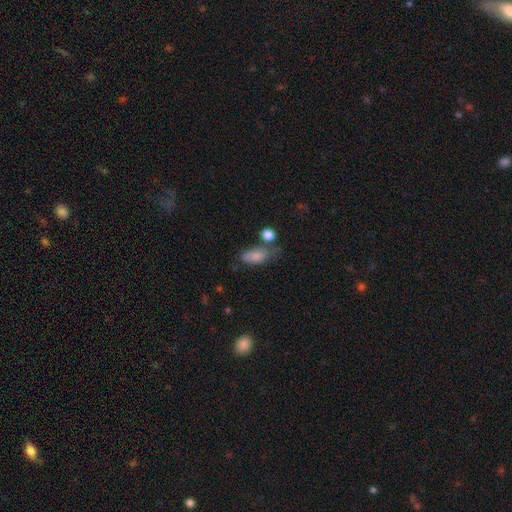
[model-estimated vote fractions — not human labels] Smooth or featured? smooth (81%)
How rounded? in between (84%)
Merging? none (44%)